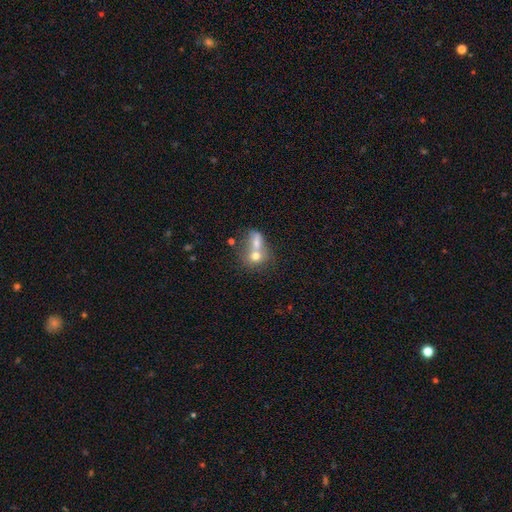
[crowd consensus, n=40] This appears to be a smooth galaxy with no disk features (65%) that is in between round and cigar-shaped (50%). Merging: merger (54%).